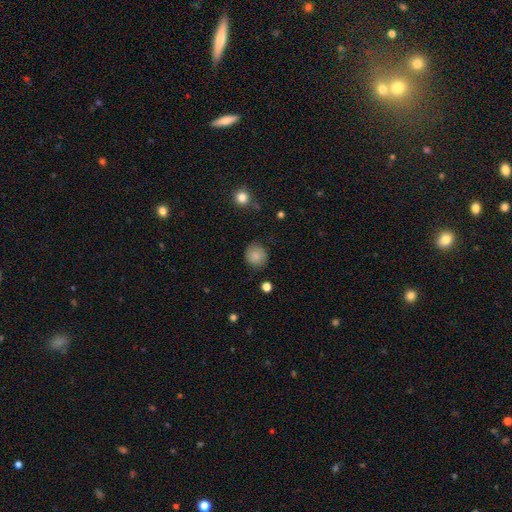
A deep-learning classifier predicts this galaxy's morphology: A smooth galaxy with no disk features (84%) that is round (88%).

Vote fractions:
- Smooth or featured? smooth: 84% / star or artifact: 9% / featured or disk: 7%
- How rounded? round: 88% / in between: 11% / cigar-shaped: 1%
- Merging? none: 83% / minor disturbance: 12% / major disturbance: 3% / merger: 1%